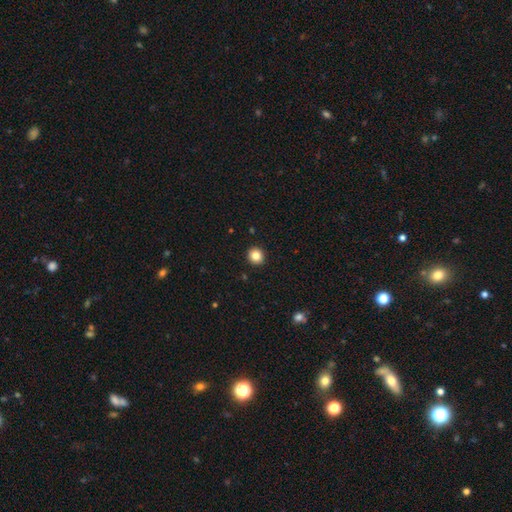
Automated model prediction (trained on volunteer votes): Smooth or featured?
  - smooth: 84% *
  - star or artifact: 11%
  - featured or disk: 5%
How rounded?
  - round: 90% *
  - in between: 9%
  - cigar-shaped: 1%
Merging?
  - none: 93% *
  - minor disturbance: 4%
  - major disturbance: 1%
  - merger: 1%